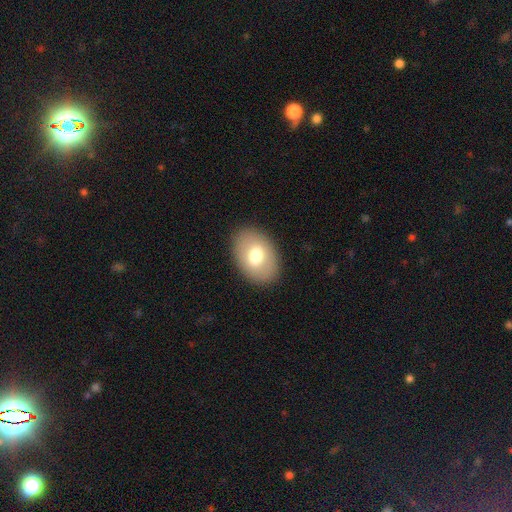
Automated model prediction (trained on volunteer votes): A smooth galaxy with no disk features (71%) that is in between round and cigar-shaped (81%).

Vote fractions:
- Smooth or featured? smooth: 71% / featured or disk: 22% / star or artifact: 8%
- How rounded? in between: 81% / round: 18% / cigar-shaped: 1%
- Merging? none: 88% / minor disturbance: 8% / major disturbance: 3% / merger: 1%